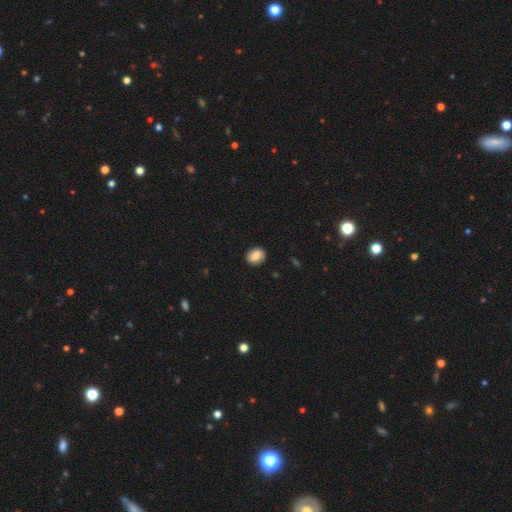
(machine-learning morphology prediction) A smooth galaxy with no disk features (73%) that is round (54%). Merging: none (86%).